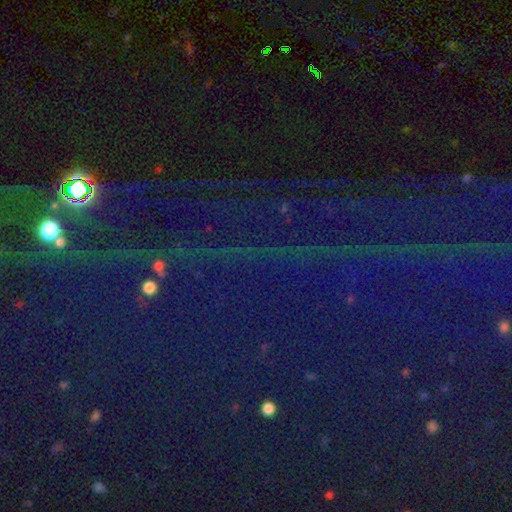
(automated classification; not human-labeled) Q: Smooth or featured?
A: star or artifact (85%); runner-up: smooth (8%)